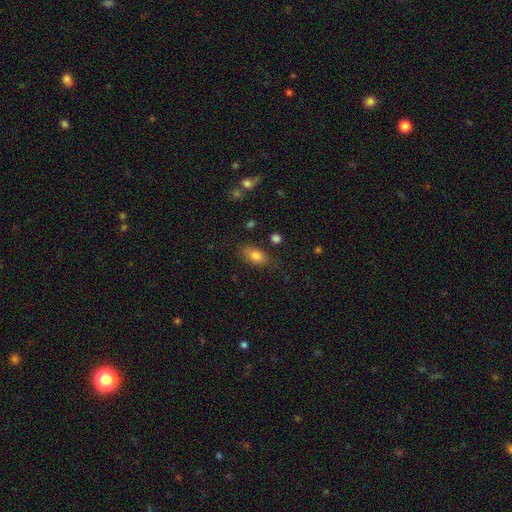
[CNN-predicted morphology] smooth 82%, featured or disk 9%, star or artifact 9%. Down the decision tree: how rounded — in between (88%); merging — none (77%).